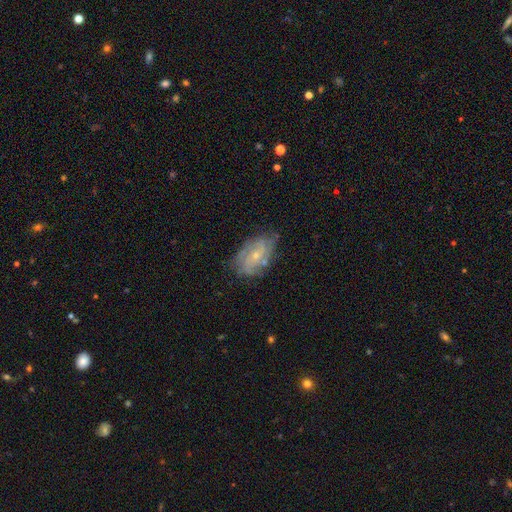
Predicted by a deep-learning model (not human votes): Overall: featured or disk (74%). Edge-on disk: no (96%). Bar: no (67%; weak 28%). Spiral arms: yes (86%). Spiral arm count: can't tell (38%; 2 30%). Spiral winding: tight (47%; medium 38%). Bulge size: small (71%). Merging: none (68%).